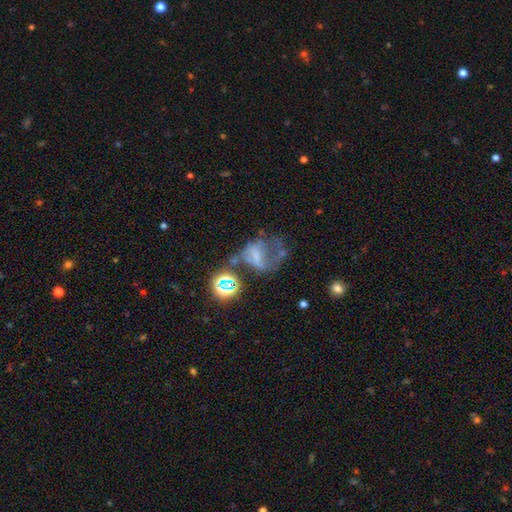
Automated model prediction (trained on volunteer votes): This appears to be a featured or disk galaxy (41%). Merging: major disturbance (41%).